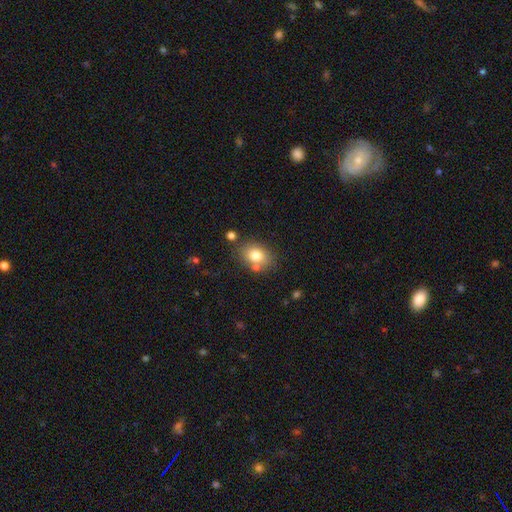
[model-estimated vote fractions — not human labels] Smooth or featured? Predicted: smooth (p=0.78). How rounded? Predicted: in between (p=0.64). Merging? Predicted: none (p=0.72).